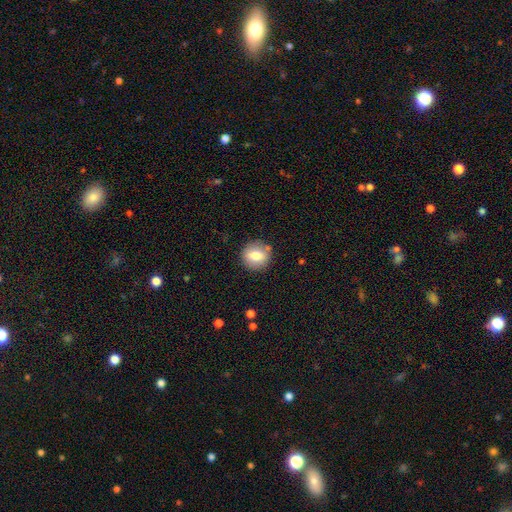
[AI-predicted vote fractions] Smooth or featured? smooth (75%)
How rounded? round (87%)
Merging? none (85%)